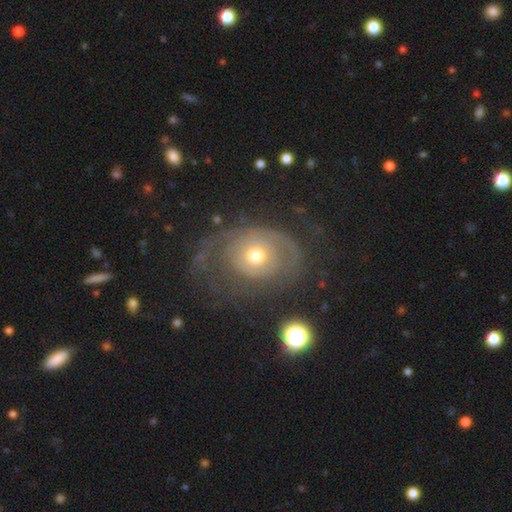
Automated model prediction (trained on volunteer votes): Smooth or featured: featured or disk — 70% (smooth — 22%)
Edge-on disk: no — 96% (yes — 4%)
Bar: no — 83% (weak — 14%)
Spiral arms: yes — 75% (no — 25%)
Spiral winding: tight — 50% (medium — 30%)
Spiral arm count: 2 — 34% (can't tell — 33%)
Bulge size: moderate — 62% (small — 31%)
Merging: none — 50% (major disturbance — 28%)